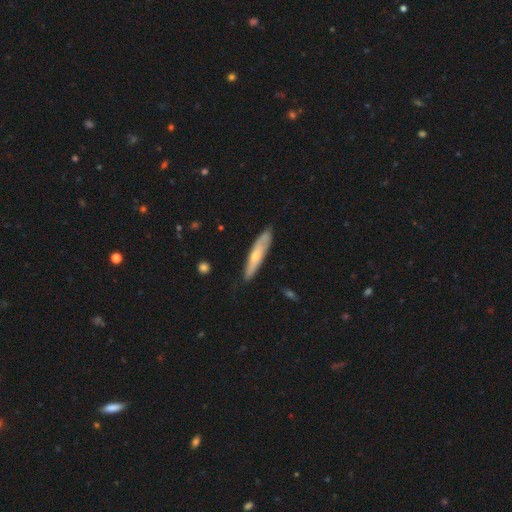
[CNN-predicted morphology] This is possibly a smooth galaxy (48%). Merging: clearly none (83%).